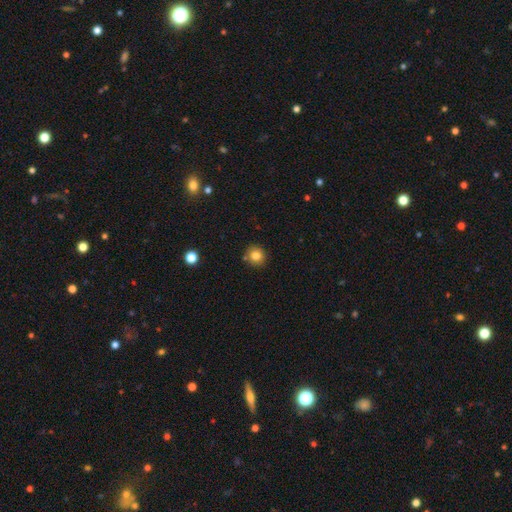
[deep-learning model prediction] This appears to be a smooth galaxy with no disk features (82%) that is round (89%). Merging: none (84%).